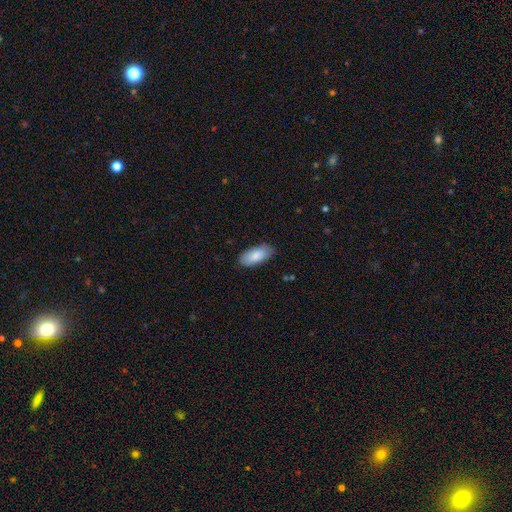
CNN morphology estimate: Smooth or featured? Predicted: smooth (p=0.85). How rounded? Predicted: in between (p=0.89). Merging? Predicted: none (p=0.81).